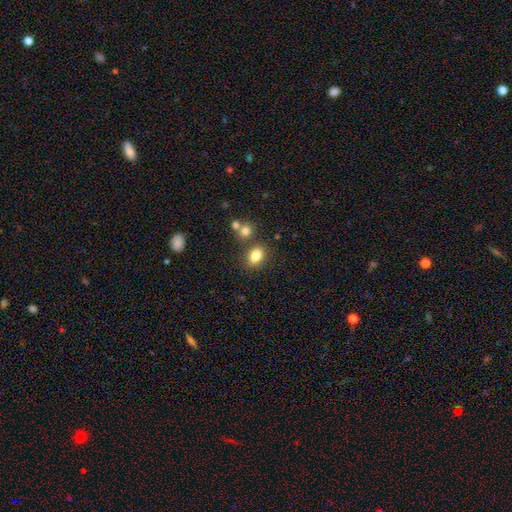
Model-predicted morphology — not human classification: This is clearly a smooth galaxy (82%). How rounded: likely in between (76%). Merging: likely none (71%).